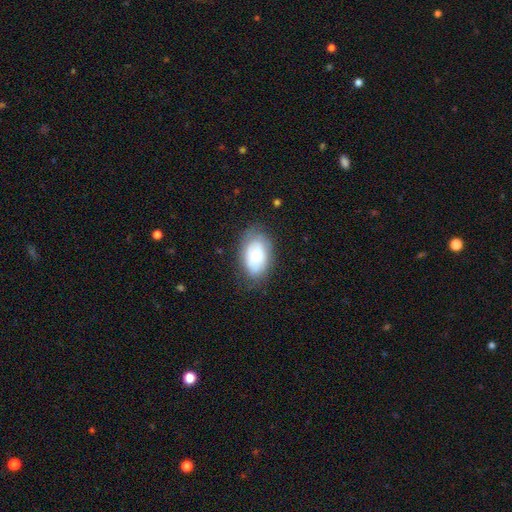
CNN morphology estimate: Smooth or featured? Predicted: smooth (p=0.56). How rounded? Predicted: in between (p=0.91). Merging? Predicted: none (p=0.69).